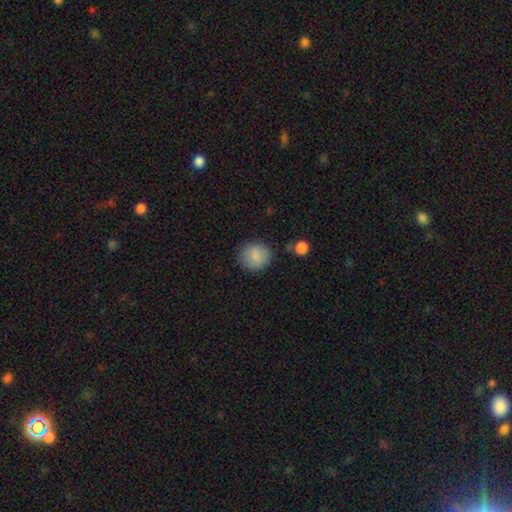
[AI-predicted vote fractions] Q: Smooth or featured?
A: smooth (86%); runner-up: star or artifact (8%)
Q: How rounded?
A: round (85%); runner-up: in between (14%)
Q: Merging?
A: none (83%); runner-up: minor disturbance (11%)